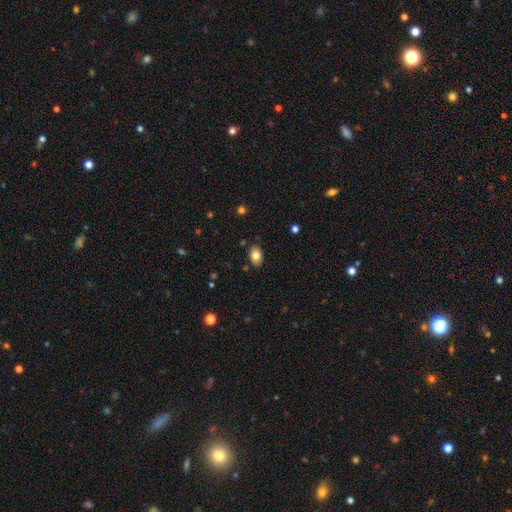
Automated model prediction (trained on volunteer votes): Smooth or featured? Predicted: smooth (p=0.82). How rounded? Predicted: in between (p=0.82). Merging? Predicted: none (p=0.86).